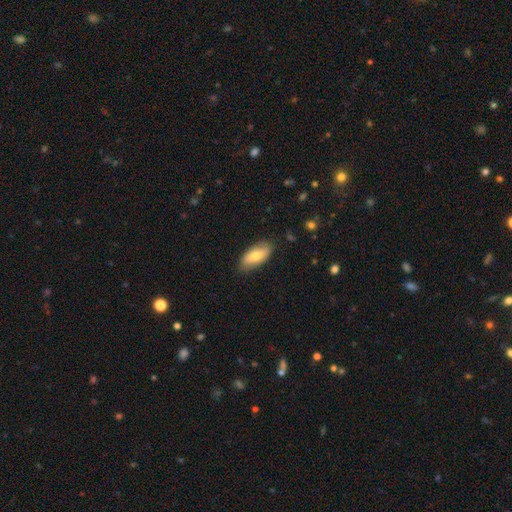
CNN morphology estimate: type=smooth (69%); roundness=in between (87%); merging=none (82%).